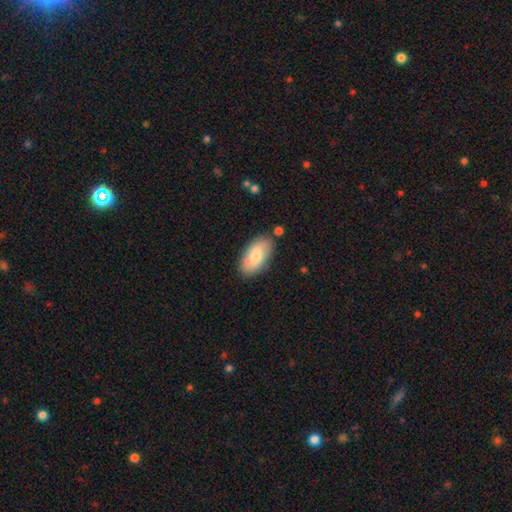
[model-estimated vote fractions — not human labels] Smooth or featured?
  - smooth: 70% *
  - featured or disk: 24%
  - star or artifact: 6%
How rounded?
  - in between: 93% *
  - cigar-shaped: 4%
  - round: 3%
Merging?
  - none: 77% *
  - minor disturbance: 15%
  - merger: 5%
  - major disturbance: 3%